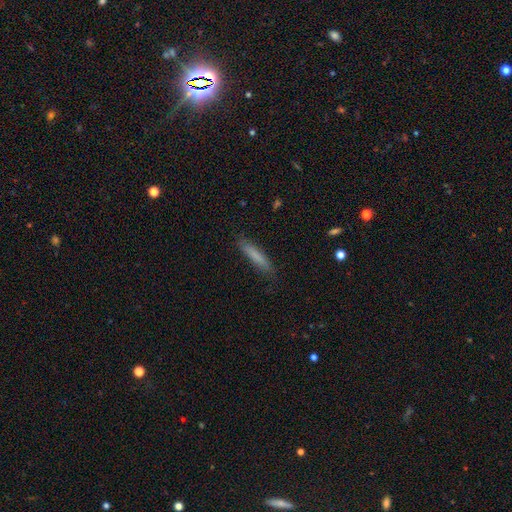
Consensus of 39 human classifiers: Volunteers were most divided on "smooth or featured": smooth: 74%, featured or disk: 18%, star or artifact: 8%. More confident: how rounded — cigar-shaped (93%); merging — none (83%).